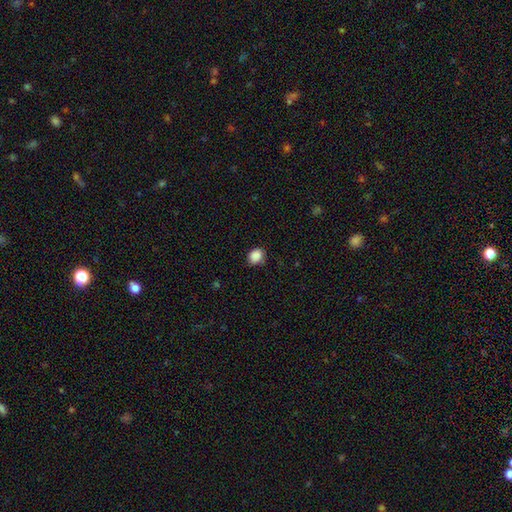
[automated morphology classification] Overall: smooth (87%). How rounded: round (66%; in between 33%). Merging: none (77%).